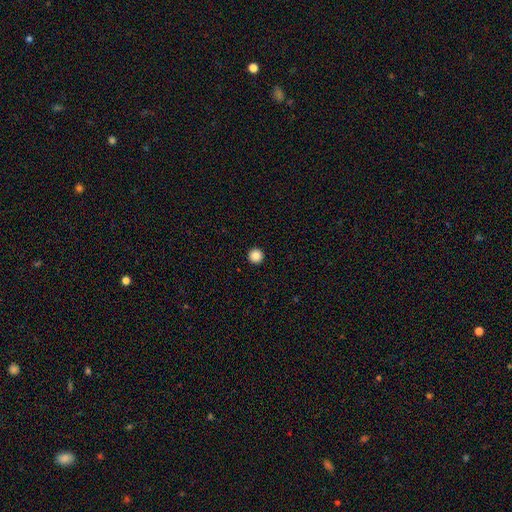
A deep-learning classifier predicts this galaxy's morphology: This is clearly a smooth galaxy (86%). How rounded: clearly round (97%). Merging: clearly none (94%).